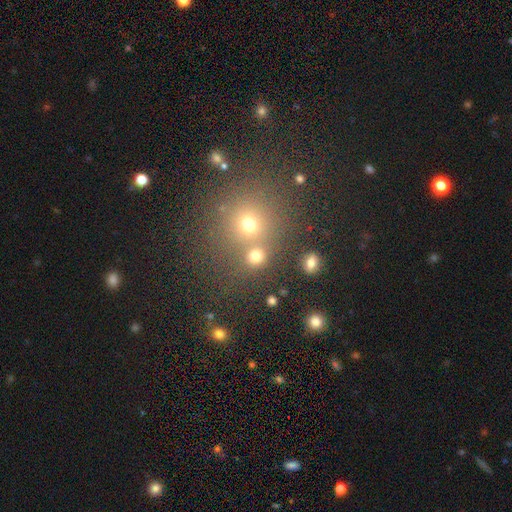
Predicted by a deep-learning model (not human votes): Q: Smooth or featured?
A: smooth (75%); runner-up: star or artifact (17%)
Q: How rounded?
A: round (85%); runner-up: in between (14%)
Q: Merging?
A: none (63%); runner-up: merger (26%)